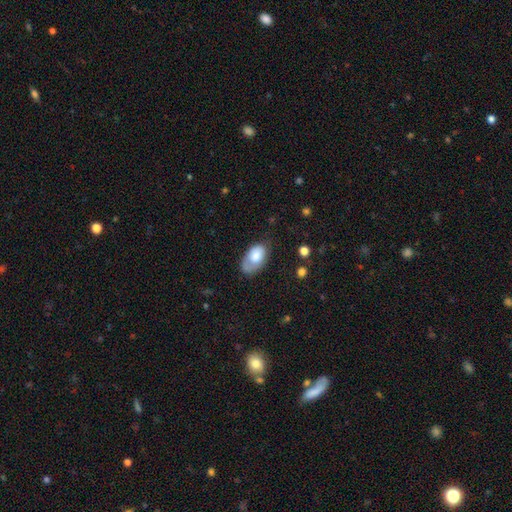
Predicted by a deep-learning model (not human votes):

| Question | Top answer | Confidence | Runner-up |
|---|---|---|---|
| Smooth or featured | smooth | 74% | featured or disk (19%) |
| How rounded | in between | 93% | round (6%) |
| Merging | none | 47% | minor disturbance (31%) |